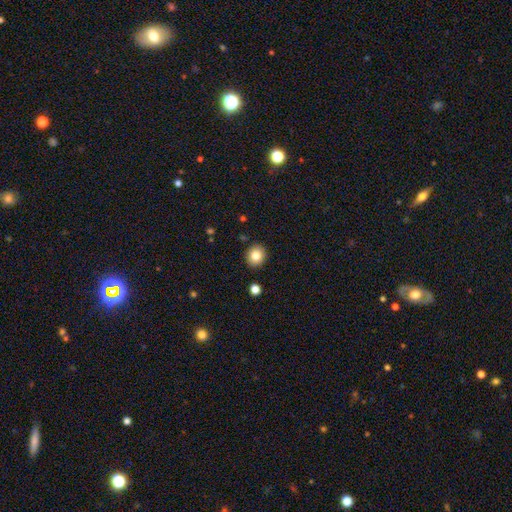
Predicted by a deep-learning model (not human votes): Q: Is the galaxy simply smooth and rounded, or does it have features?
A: smooth — 82%.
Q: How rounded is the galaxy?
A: round — 81%.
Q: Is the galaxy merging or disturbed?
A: none — 90%.